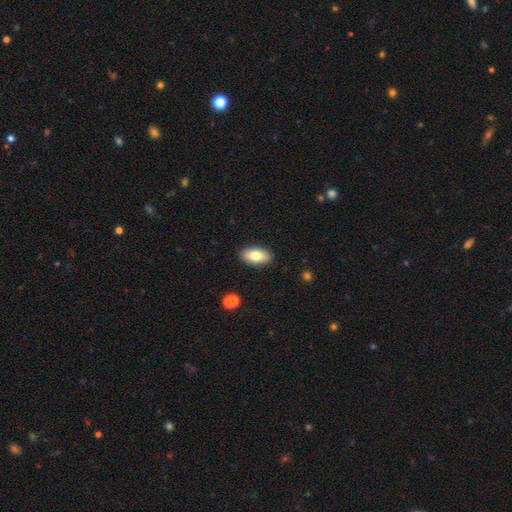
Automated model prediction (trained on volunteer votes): Q: Smooth or featured?
A: smooth (76%); runner-up: featured or disk (17%)
Q: How rounded?
A: in between (92%); runner-up: cigar-shaped (4%)
Q: Merging?
A: none (89%); runner-up: minor disturbance (8%)